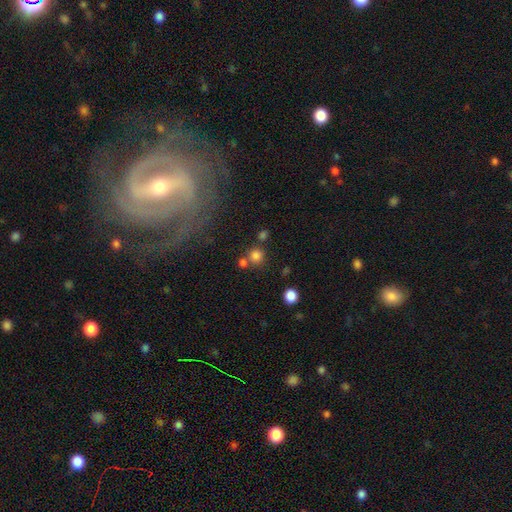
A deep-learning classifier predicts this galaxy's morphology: type=smooth (79%); roundness=round (92%); merging=none (70%).